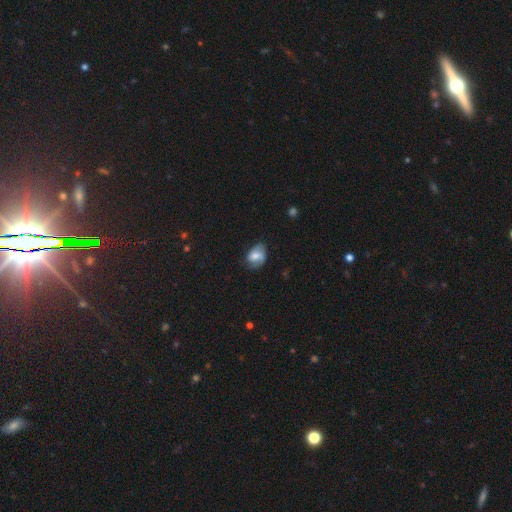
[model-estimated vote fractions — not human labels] The model was most divided on "smooth or featured": smooth: 49%, featured or disk: 43%, star or artifact: 8%. More confident: merging — none (62%).